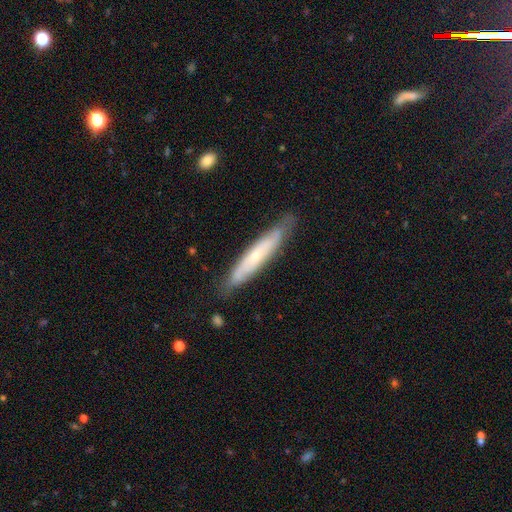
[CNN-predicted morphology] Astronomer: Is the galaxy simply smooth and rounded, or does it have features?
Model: featured or disk — 54% (runner-up: smooth, 40%).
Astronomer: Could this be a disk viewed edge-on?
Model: yes — 61% (runner-up: no, 39%).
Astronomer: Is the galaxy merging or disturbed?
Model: none — 78%.